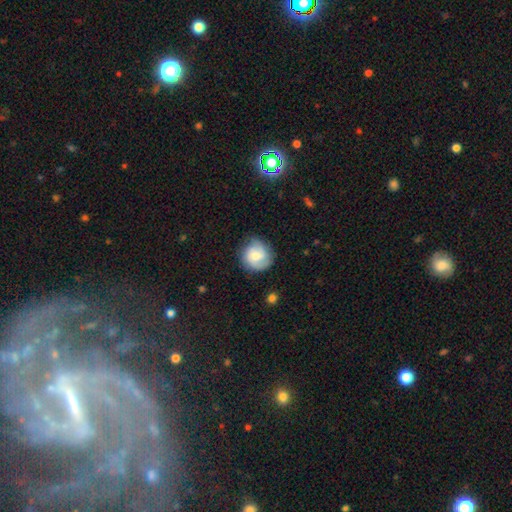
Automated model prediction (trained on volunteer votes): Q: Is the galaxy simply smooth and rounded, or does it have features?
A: featured or disk — 54%.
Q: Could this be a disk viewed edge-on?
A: no — 98%.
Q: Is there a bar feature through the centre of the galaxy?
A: no — 59%.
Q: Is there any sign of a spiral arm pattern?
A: yes — 91%.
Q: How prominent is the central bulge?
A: moderate — 45%.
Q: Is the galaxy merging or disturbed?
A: none — 74%.